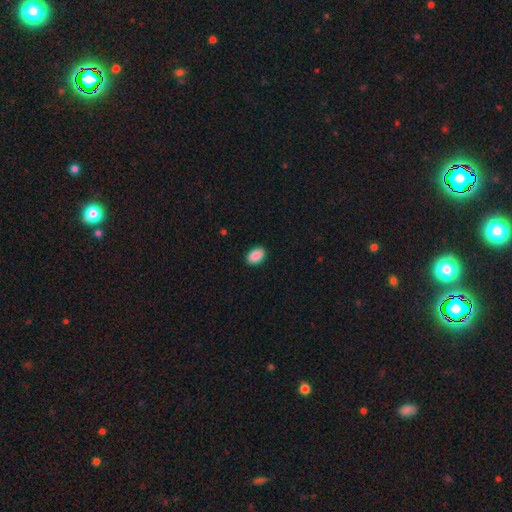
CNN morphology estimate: Smooth or featured? Predicted: smooth (p=0.90). How rounded? Predicted: in between (p=0.87). Merging? Predicted: none (p=0.91).